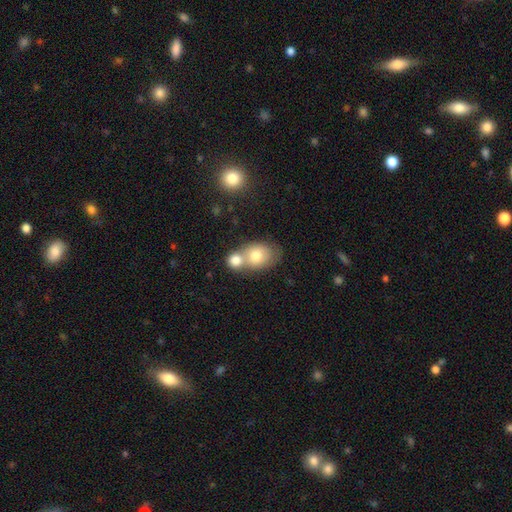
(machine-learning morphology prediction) smooth 75%, featured or disk 16%, star or artifact 8%. Down the decision tree: how rounded — in between (55%); merging — merger (61%).